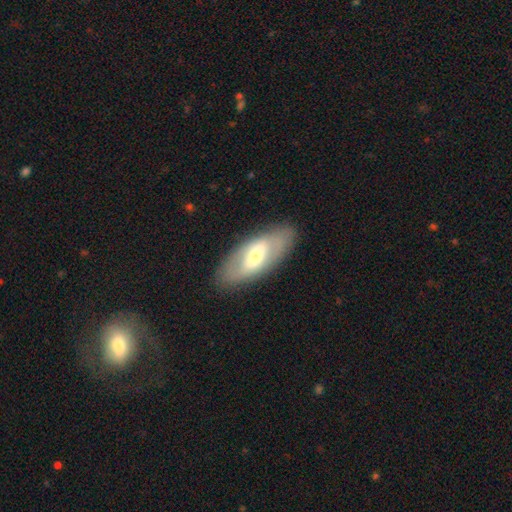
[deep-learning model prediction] Smooth or featured?
  - featured or disk: 53% *
  - smooth: 41%
  - star or artifact: 6%
Edge-on disk?
  - no: 82% *
  - yes: 18%
Merging?
  - none: 83% *
  - minor disturbance: 11%
  - major disturbance: 5%
  - merger: 1%